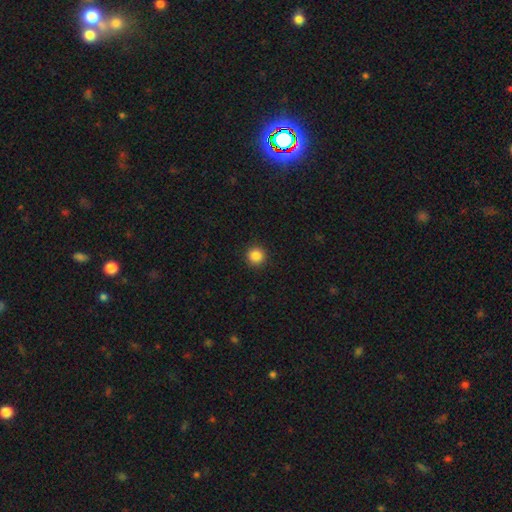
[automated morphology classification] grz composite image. It shows a smooth galaxy with no disk features (86%) that is round (95%). Merging: none (92%).